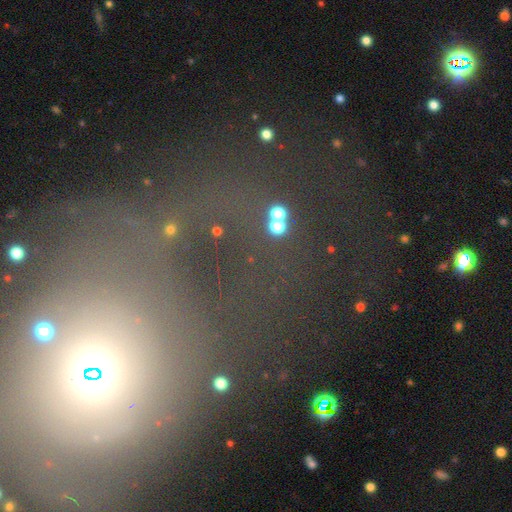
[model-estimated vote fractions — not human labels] This appears to be a star or artifact, not a galaxy (53%).